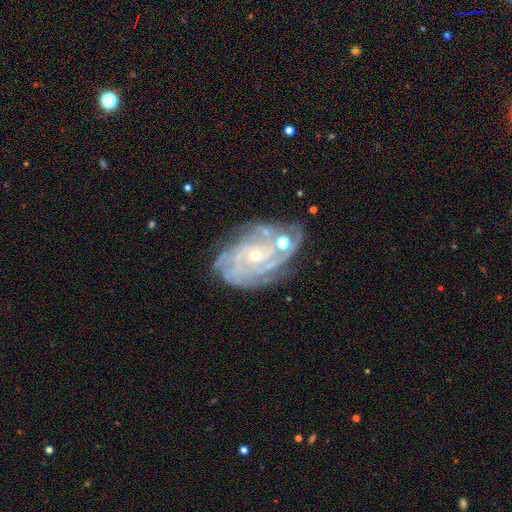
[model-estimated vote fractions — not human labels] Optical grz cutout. It shows a featured or disk galaxy (87%) with no bar (74%), 4 (26%) tight (74%) spiral arms (97%) and a small central bulge (75%). Merging: none (65%).